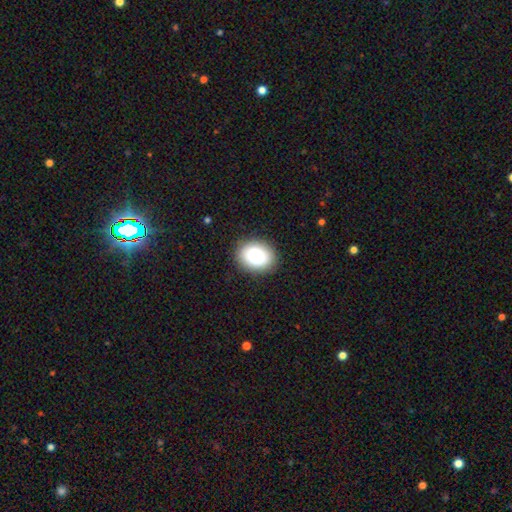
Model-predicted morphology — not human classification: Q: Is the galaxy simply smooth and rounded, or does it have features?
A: smooth — 81%.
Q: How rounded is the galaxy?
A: in between — 56%.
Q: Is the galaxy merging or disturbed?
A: none — 89%.